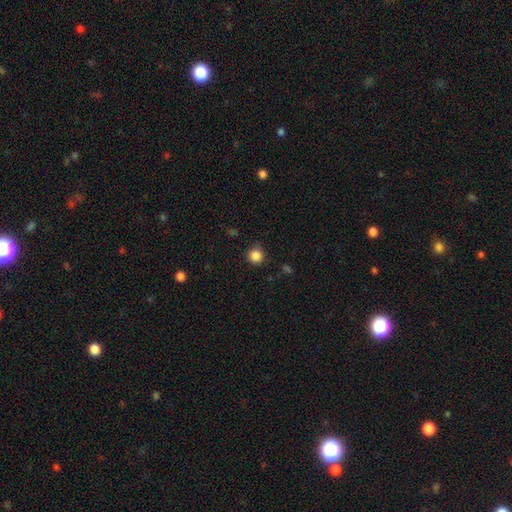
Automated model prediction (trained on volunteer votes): The model was most divided on "smooth or featured": smooth: 85%, star or artifact: 11%, featured or disk: 4%. More confident: how rounded — round (93%); merging — none (86%).